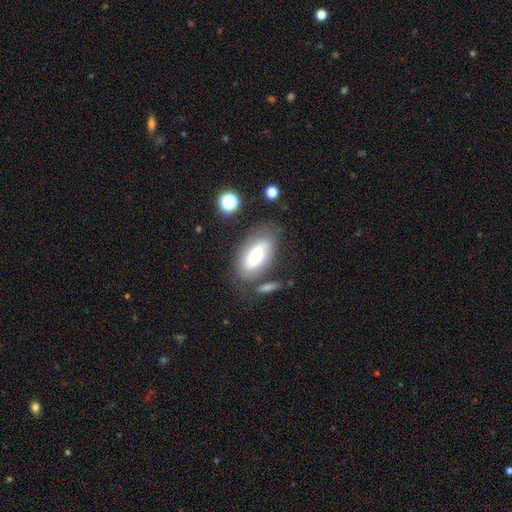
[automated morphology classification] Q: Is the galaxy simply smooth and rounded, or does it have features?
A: smooth — 57%.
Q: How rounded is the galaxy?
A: in between — 89%.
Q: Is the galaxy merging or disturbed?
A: none — 65%.